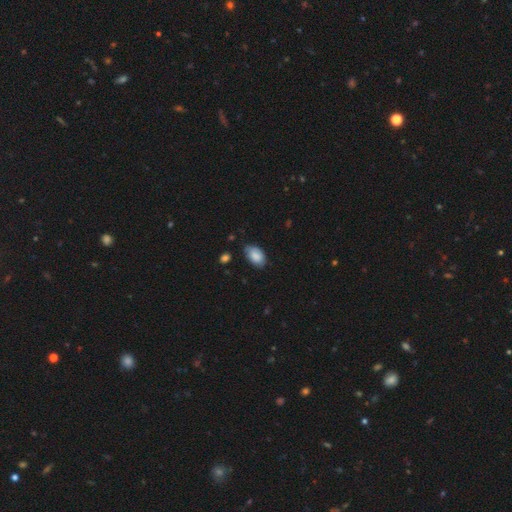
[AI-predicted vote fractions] A smooth galaxy with no disk features (85%) that is in between round and cigar-shaped (92%). Merging: none (67%).